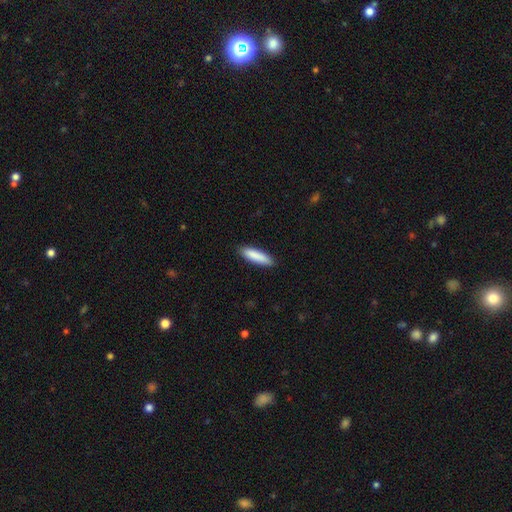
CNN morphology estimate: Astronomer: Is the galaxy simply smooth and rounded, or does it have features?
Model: smooth — 87%.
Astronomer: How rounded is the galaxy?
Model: cigar-shaped — 73%.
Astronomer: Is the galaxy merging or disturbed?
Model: none — 89%.